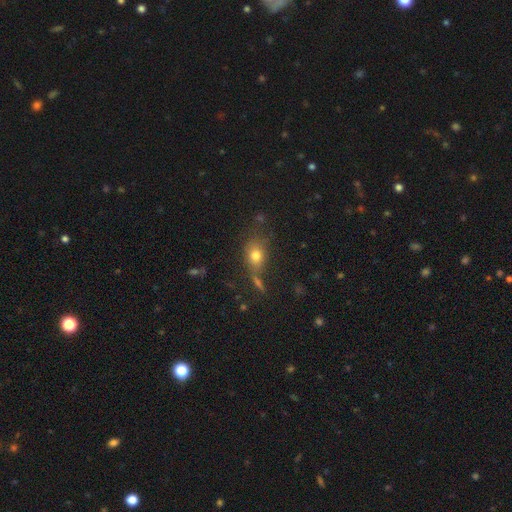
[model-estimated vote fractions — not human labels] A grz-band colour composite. It shows a smooth galaxy with no disk features (75%) that is in between round and cigar-shaped (60%). Merging: none (60%).